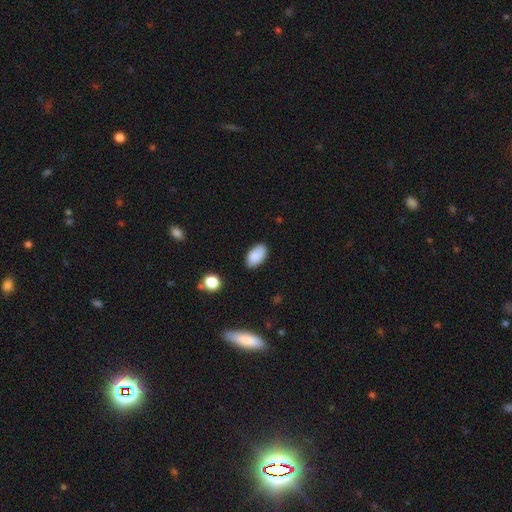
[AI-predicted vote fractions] smooth 87%, star or artifact 8%, featured or disk 6%. Down the decision tree: how rounded — in between (94%); merging — none (81%).